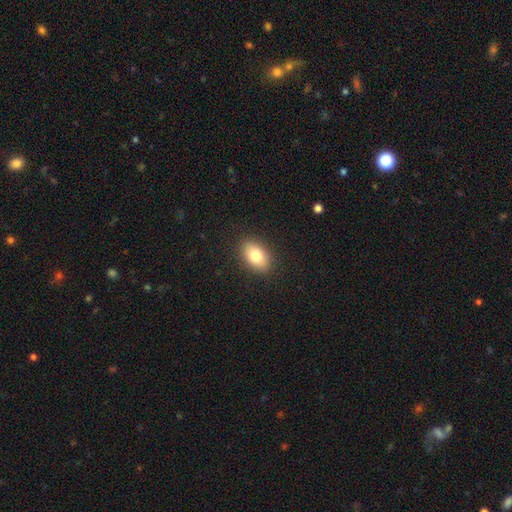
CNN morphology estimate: This appears to be a smooth galaxy with no disk features (80%) that is in between round and cigar-shaped (88%). Merging: none (89%).